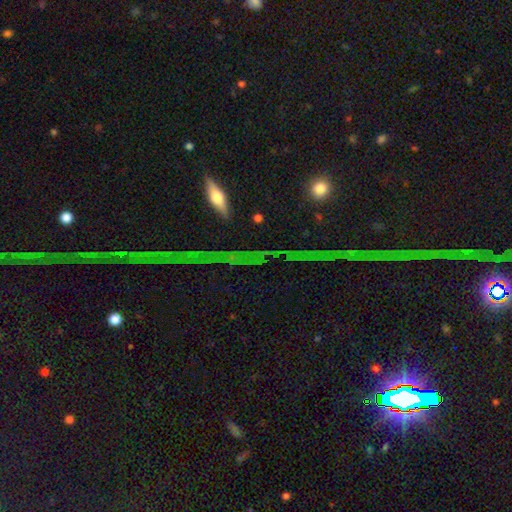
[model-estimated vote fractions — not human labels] Smooth or featured? Predicted: star or artifact (p=0.67).